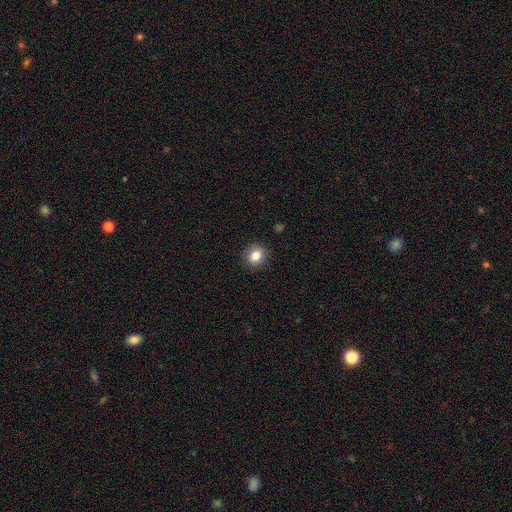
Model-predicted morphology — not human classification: The model was most divided on "how rounded": round: 83%, in between: 16%, cigar-shaped: 1%. More confident: merging — none (90%); smooth or featured — smooth (83%).